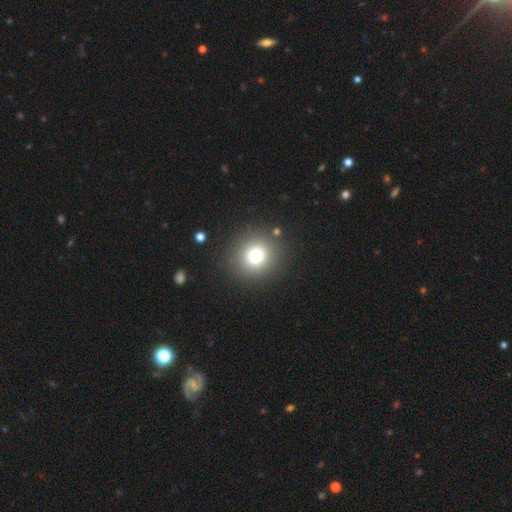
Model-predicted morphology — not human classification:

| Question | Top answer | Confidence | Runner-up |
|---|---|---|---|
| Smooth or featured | smooth | 77% | star or artifact (14%) |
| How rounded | round | 91% | in between (8%) |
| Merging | none | 88% | minor disturbance (7%) |